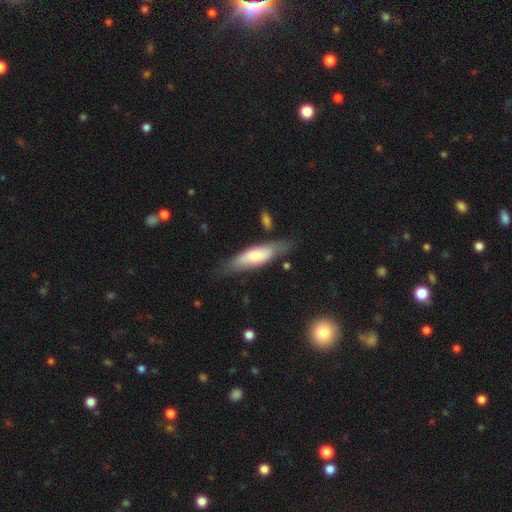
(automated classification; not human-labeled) smooth 66%, featured or disk 28%, star or artifact 6%. Down the decision tree: how rounded — in between (53%); merging — none (64%).